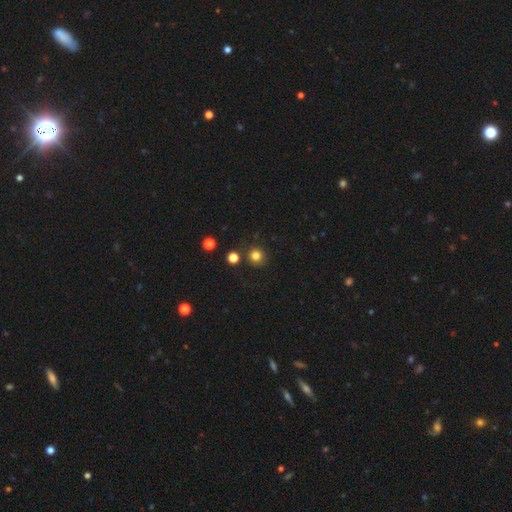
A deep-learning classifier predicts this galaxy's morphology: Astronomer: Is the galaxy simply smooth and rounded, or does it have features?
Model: smooth — 81%.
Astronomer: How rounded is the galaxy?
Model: round — 93%.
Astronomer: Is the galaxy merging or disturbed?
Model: none — 86%.